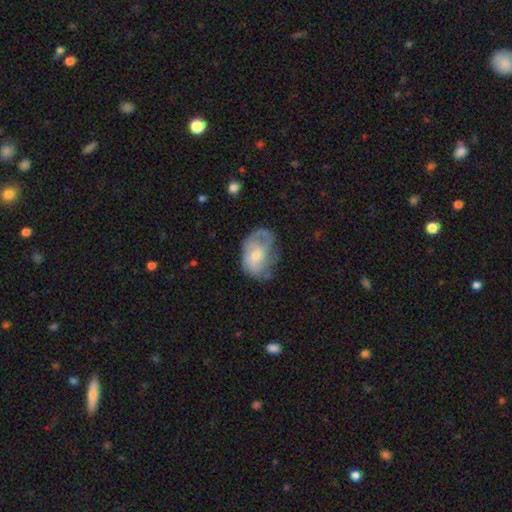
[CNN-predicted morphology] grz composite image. It shows a featured or disk galaxy (53%) with no bar (72%), spiral arms (66%) and a moderate central bulge (47%). Merging: none (42%).